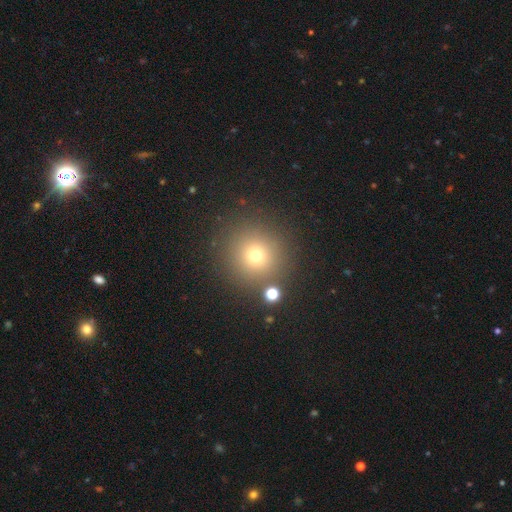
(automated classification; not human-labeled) A smooth galaxy with no disk features (70%) that is round (94%).

Vote fractions:
- Smooth or featured? smooth: 70% / star or artifact: 20% / featured or disk: 10%
- How rounded? round: 94% / in between: 5% / cigar-shaped: 1%
- Merging? none: 86% / minor disturbance: 7% / merger: 5% / major disturbance: 3%